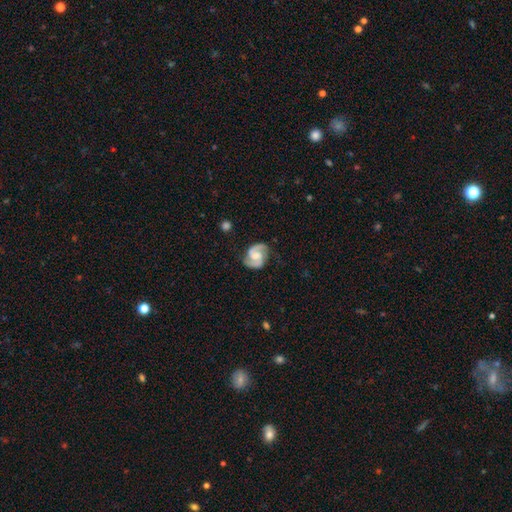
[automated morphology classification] featured or disk 87%, smooth 8%, star or artifact 5%. Down the decision tree: edge-on disk — no (98%); bar — weak (48%); spiral arms — yes (98%); spiral arm count — 2 (93%); spiral winding — medium (56%); bulge size — moderate (43%); merging — none (79%).